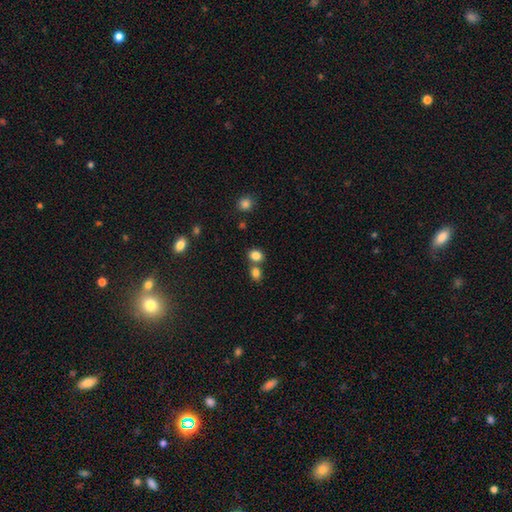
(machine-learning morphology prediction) Overall: smooth (83%). How rounded: round (56%; in between 43%). Merging: none (57%; merger 31%).